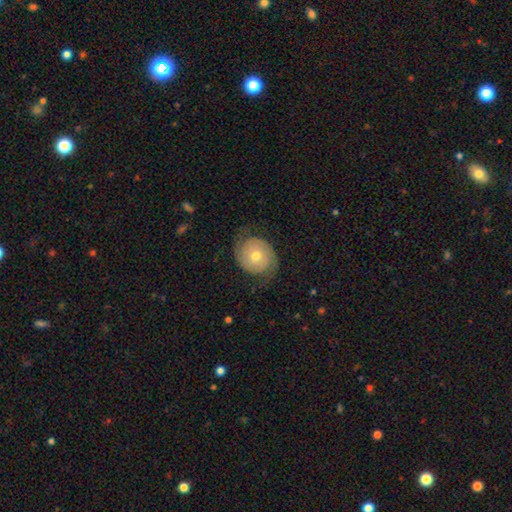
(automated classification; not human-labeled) smooth-or-featured: featured or disk: 77% | smooth: 17% | star or artifact: 6%
  disk-edge-on: no: 97% | yes: 3%
    bar: no: 75% | weak: 21% | strong: 5%
    has-spiral-arms: yes: 93% | no: 7%
      spiral-winding: tight: 41% | medium: 37% | loose: 21%
      spiral-arm-count: 2: 90% | can't tell: 4% | 3: 2% | 1: 2% | 4: 1% | more than 4: 1%
    bulge-size: moderate: 58% | small: 37% | large: 3% | dominant: 1% | none: 1%
  merging: none: 75% | minor disturbance: 16% | major disturbance: 9% | merger: 1%